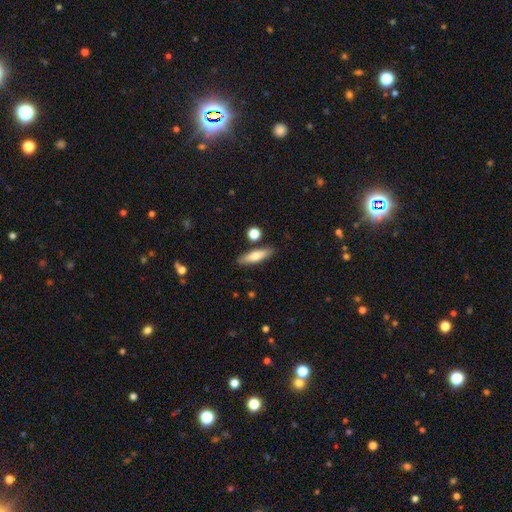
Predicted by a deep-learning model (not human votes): This appears to be a smooth galaxy with no disk features (70%) that is cigar-shaped (63%). Merging: none (83%).